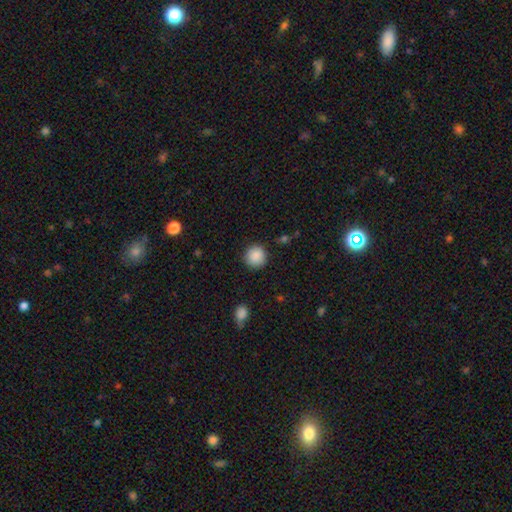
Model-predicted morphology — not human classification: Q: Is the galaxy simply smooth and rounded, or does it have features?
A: smooth — 88%.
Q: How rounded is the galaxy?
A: round — 92%.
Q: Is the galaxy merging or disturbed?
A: none — 88%.